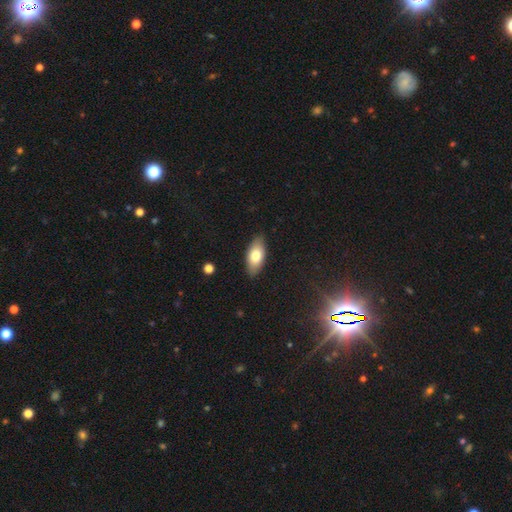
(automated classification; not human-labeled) Smooth or featured: smooth — 76% (featured or disk — 18%)
How rounded: in between — 89% (cigar-shaped — 8%)
Merging: none — 87% (minor disturbance — 10%)